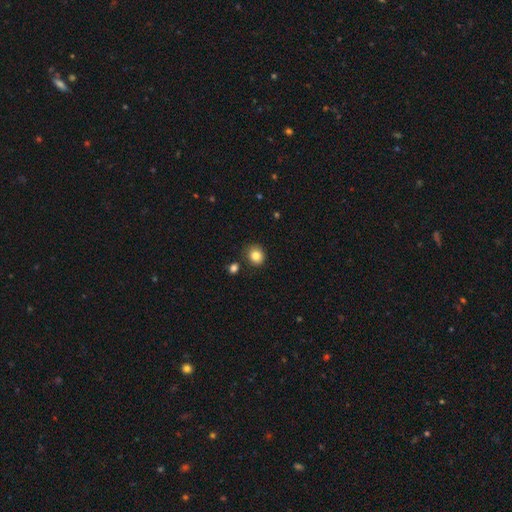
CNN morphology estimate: smooth-or-featured: smooth: 85% | star or artifact: 10% | featured or disk: 5%
  how-rounded: round: 75% | in between: 24% | cigar-shaped: 1%
  merging: none: 84% | minor disturbance: 10% | merger: 4% | major disturbance: 2%